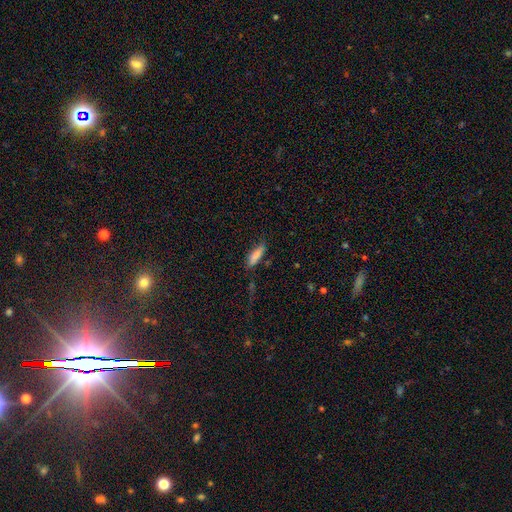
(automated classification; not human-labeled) Smooth or featured? Predicted: smooth (p=0.83). How rounded? Predicted: cigar-shaped (p=0.55). Merging? Predicted: none (p=0.71).